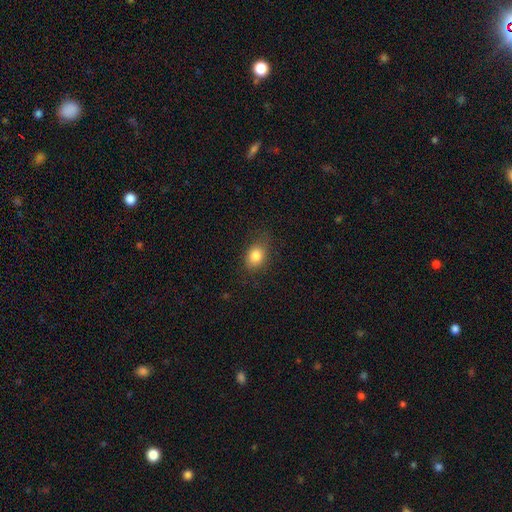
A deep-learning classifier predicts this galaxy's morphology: Overall: smooth (83%). How rounded: in between (63%; round 36%). Merging: none (77%).